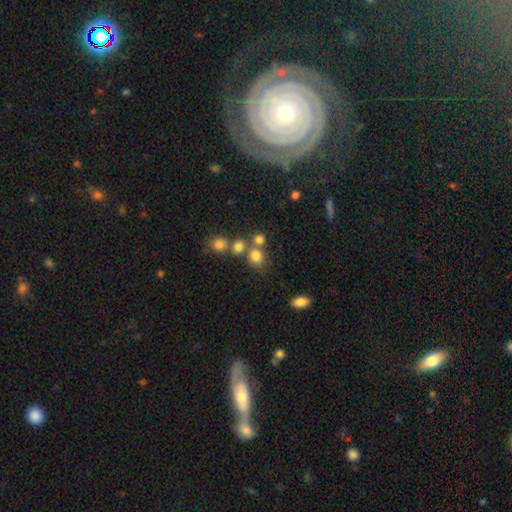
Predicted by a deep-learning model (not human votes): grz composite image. It shows a smooth galaxy with no disk features (77%) that is round (80%). Merging: none (57%).